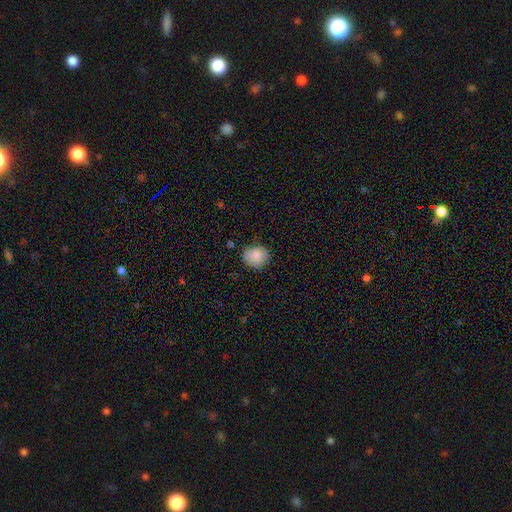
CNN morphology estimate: Overall: smooth (85%). How rounded: round (75%). Merging: none (78%).